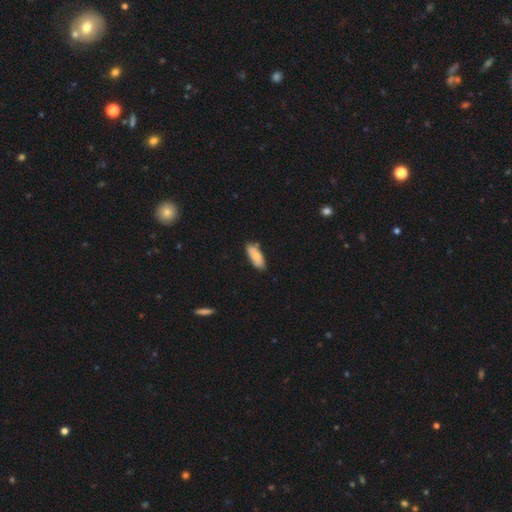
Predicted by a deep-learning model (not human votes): A smooth galaxy with no disk features (75%) that is in between round and cigar-shaped (79%).

Vote fractions:
- Smooth or featured? smooth: 75% / featured or disk: 19% / star or artifact: 6%
- How rounded? in between: 79% / cigar-shaped: 19% / round: 2%
- Merging? none: 77% / minor disturbance: 17% / merger: 3% / major disturbance: 2%